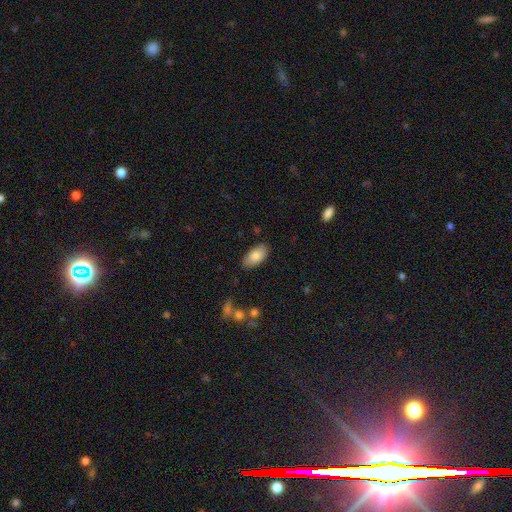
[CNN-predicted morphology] smooth_or_featured: smooth (p=0.82) [alt: featured or disk p=0.11]
how_rounded: in between (p=0.94) [alt: cigar-shaped p=0.03]
merging: none (p=0.81) [alt: minor disturbance p=0.14]